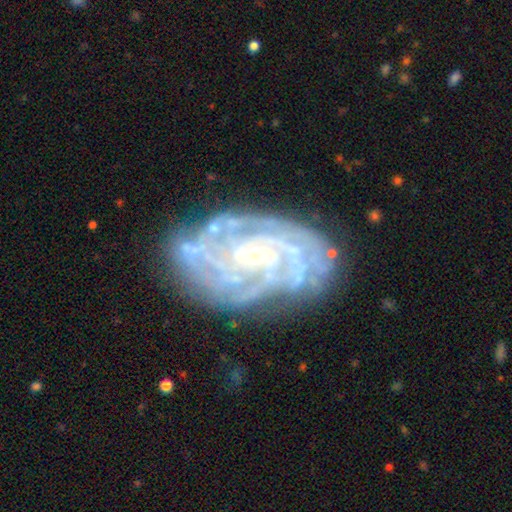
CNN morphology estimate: smooth_or_featured: featured or disk (p=0.89) [alt: star or artifact p=0.06]
disk_edge_on: no (p=0.97) [alt: yes p=0.03]
bar: no (p=0.72) [alt: weak p=0.21]
has_spiral_arms: yes (p=0.98) [alt: no p=0.02]
spiral_winding: tight (p=0.78) [alt: medium p=0.19]
spiral_arm_count: 4 (p=0.26) [alt: can't tell p=0.20]
bulge_size: small (p=0.81) [alt: moderate p=0.15]
merging: none (p=0.76) [alt: minor disturbance p=0.17]